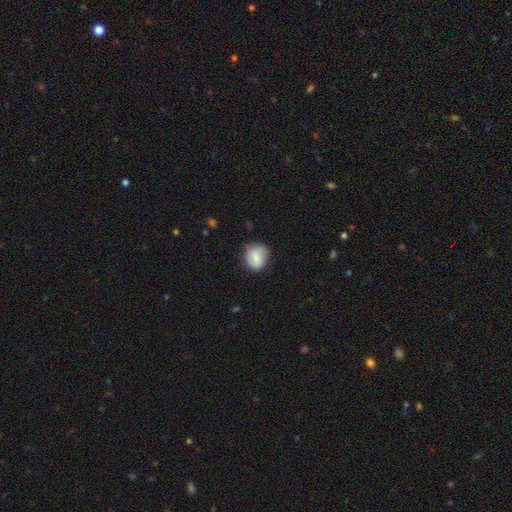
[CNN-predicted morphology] This is likely a smooth galaxy (73%). How rounded: likely round (69%). Merging: likely none (73%).